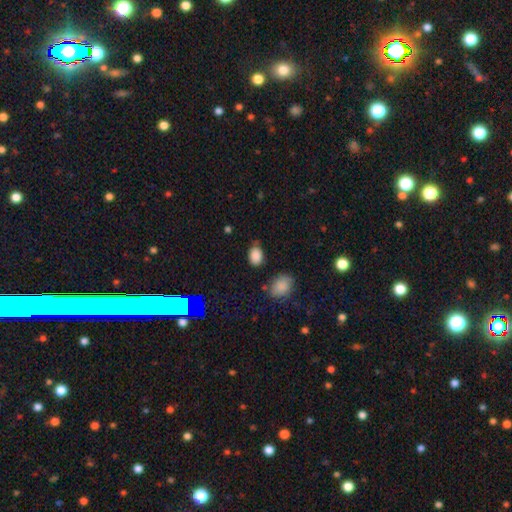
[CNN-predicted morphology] smooth-or-featured: smooth: 85% | star or artifact: 11% | featured or disk: 4%
  how-rounded: in between: 77% | round: 22% | cigar-shaped: 1%
  merging: none: 70% | minor disturbance: 22% | major disturbance: 4% | merger: 4%